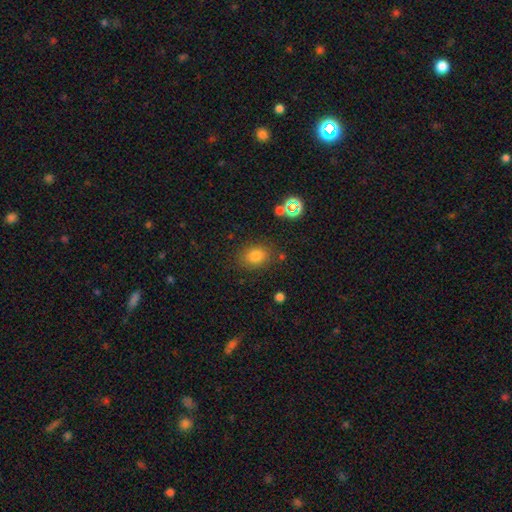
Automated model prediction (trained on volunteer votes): smooth_or_featured: smooth (p=0.79) [alt: star or artifact p=0.14]
how_rounded: in between (p=0.62) [alt: round p=0.37]
merging: none (p=0.78) [alt: minor disturbance p=0.13]